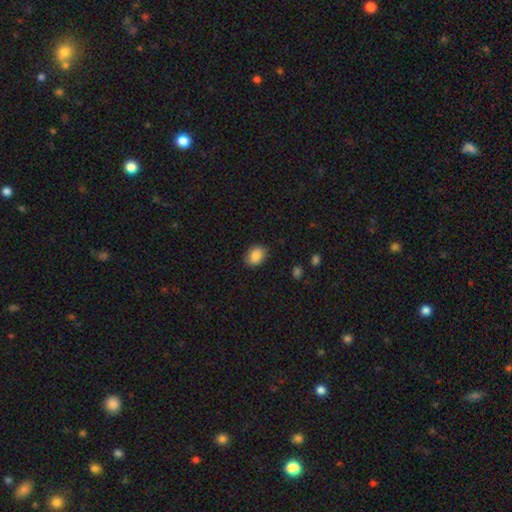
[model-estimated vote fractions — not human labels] Morphology: type=smooth (88%); roundness=in between (65%); merging=none (86%).